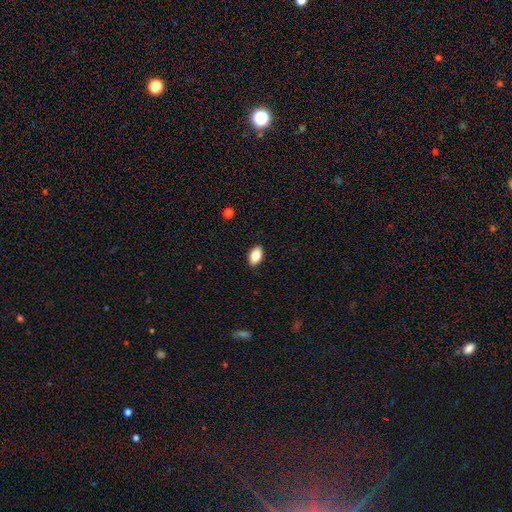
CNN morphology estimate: Smooth or featured? Predicted: smooth (p=0.85). How rounded? Predicted: in between (p=0.92). Merging? Predicted: none (p=0.87).